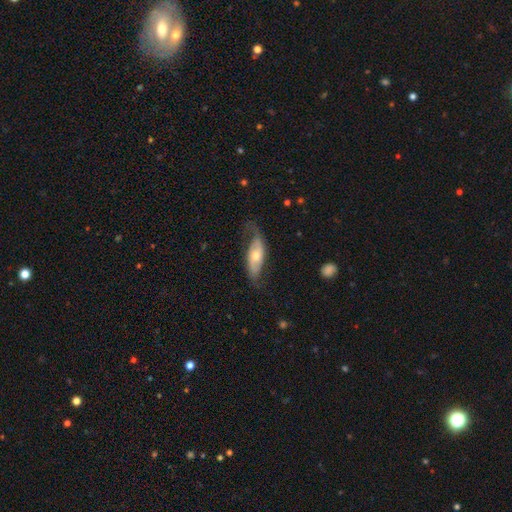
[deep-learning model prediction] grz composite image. It shows a featured or disk galaxy (64%) with no bar (67%), spiral arms (82%) and a moderate central bulge (59%). Merging: none (59%).